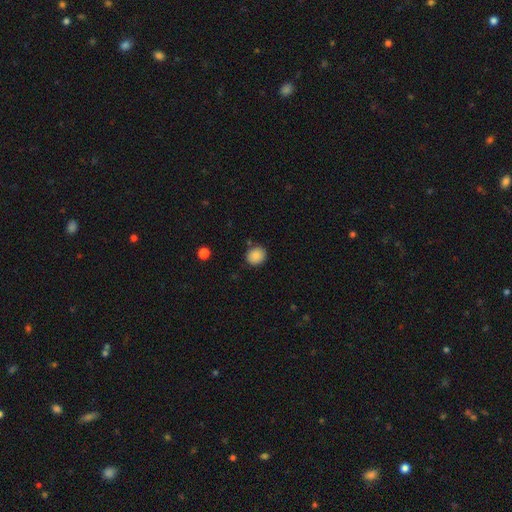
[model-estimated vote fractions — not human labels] The model was most divided on "how rounded": round: 77%, in between: 22%, cigar-shaped: 1%. More confident: smooth or featured — smooth (87%); merging — none (84%).